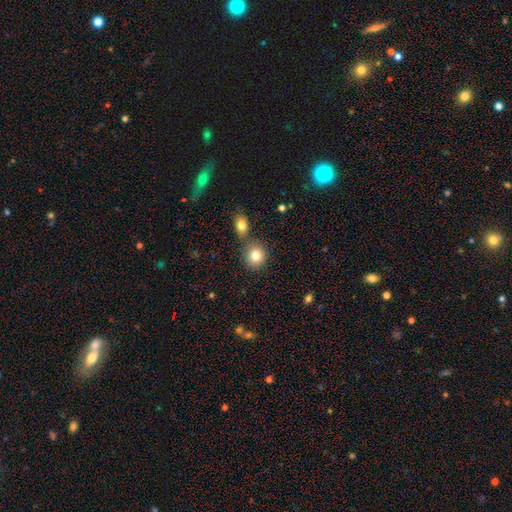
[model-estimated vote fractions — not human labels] smooth_or_featured: smooth (p=0.82) [alt: star or artifact p=0.10]
how_rounded: round (p=0.85) [alt: in between p=0.14]
merging: none (p=0.72) [alt: merger p=0.16]